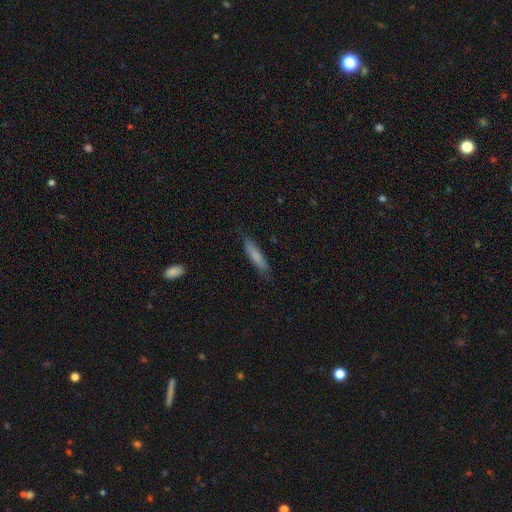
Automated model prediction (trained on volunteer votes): This appears to be a smooth galaxy with no disk features (75%) that is cigar-shaped (85%). Merging: none (81%).